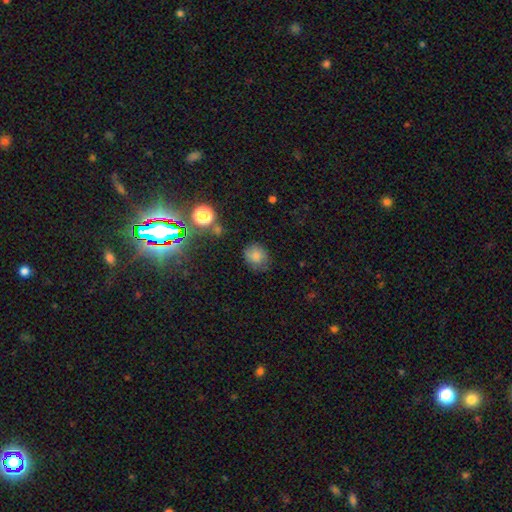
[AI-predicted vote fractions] A smooth galaxy with no disk features (78%) that is round (69%). Merging: none (71%).